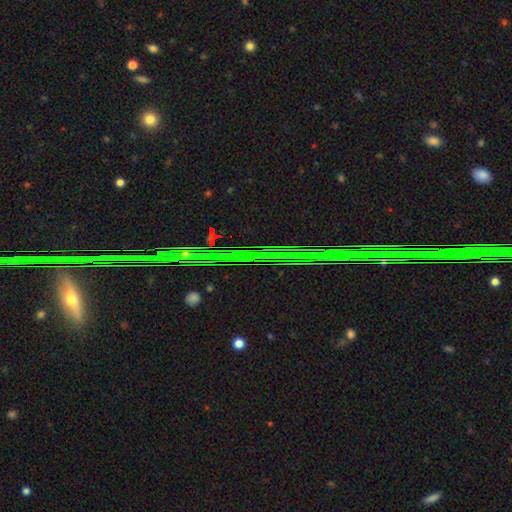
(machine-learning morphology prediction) A star or artifact, not a galaxy (80%).